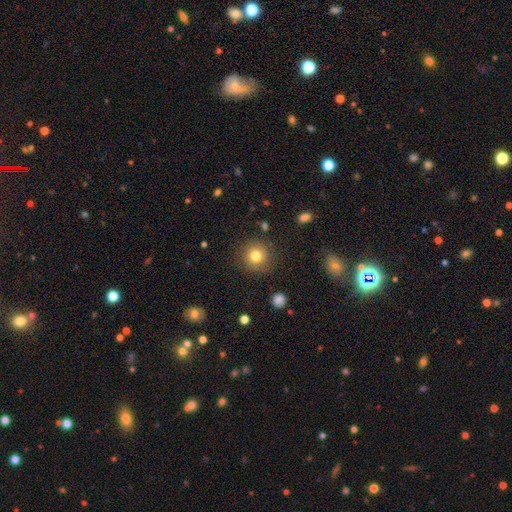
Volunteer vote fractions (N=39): smooth 85%, featured or disk 8%, star or artifact 8%. Down the decision tree: how rounded — round (91%); merging — none (78%).